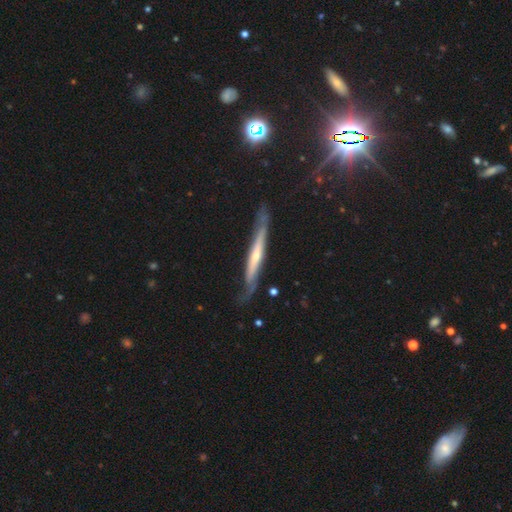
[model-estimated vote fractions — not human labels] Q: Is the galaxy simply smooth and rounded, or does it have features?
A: featured or disk — 70%.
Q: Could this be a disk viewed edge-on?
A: yes — 92%.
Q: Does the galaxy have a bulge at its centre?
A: rounded — 60%.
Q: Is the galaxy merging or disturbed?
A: none — 76%.